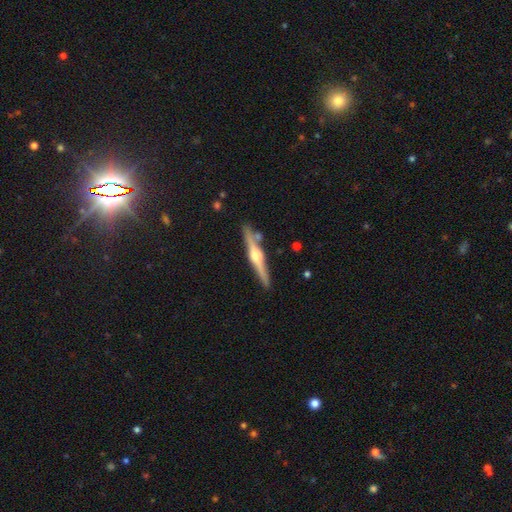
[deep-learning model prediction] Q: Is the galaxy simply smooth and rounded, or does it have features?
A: featured or disk — 77%.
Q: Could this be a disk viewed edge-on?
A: yes — 98%.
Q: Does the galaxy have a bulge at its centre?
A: rounded — 92%.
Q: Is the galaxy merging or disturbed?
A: none — 86%.